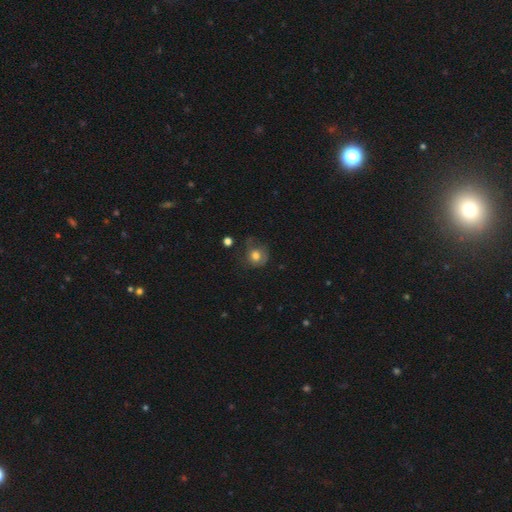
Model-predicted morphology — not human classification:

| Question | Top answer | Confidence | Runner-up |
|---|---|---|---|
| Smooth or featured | smooth | 68% | featured or disk (23%) |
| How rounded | round | 77% | in between (22%) |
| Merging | none | 46% | minor disturbance (29%) |